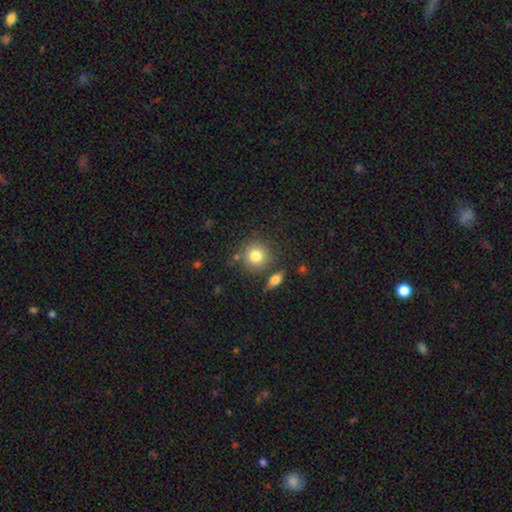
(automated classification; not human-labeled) smooth 81%, featured or disk 10%, star or artifact 9%. Down the decision tree: how rounded — round (90%); merging — none (75%).